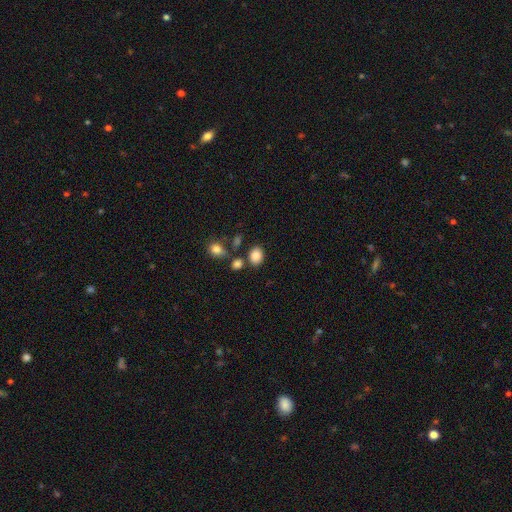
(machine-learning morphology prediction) Smooth or featured? Predicted: smooth (p=0.85). How rounded? Predicted: in between (p=0.60). Merging? Predicted: none (p=0.72).